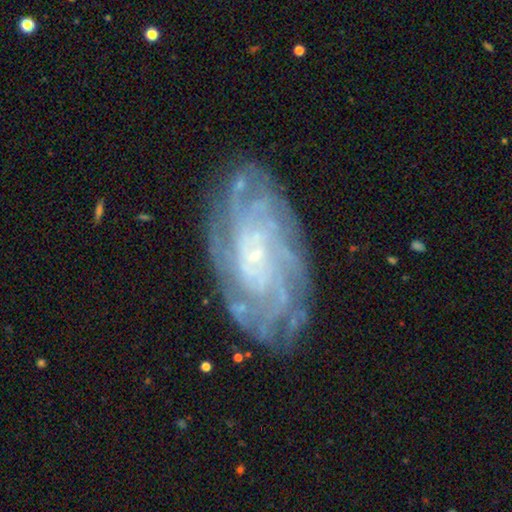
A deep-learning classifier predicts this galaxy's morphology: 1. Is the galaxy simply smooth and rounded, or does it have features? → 86% featured or disk, 8% smooth, 7% star or artifact.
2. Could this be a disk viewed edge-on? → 95% no, 5% yes.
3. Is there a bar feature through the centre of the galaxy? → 71% no, 23% weak, 6% strong.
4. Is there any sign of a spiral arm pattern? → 96% yes, 4% no.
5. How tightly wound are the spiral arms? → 76% tight, 20% medium, 5% loose.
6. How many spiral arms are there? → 29% can't tell, 28% more than 4, 20% 4, 9% 3, 8% 2, 6% 1.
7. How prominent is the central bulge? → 84% small, 9% moderate, 4% none, 1% large, 1% dominant.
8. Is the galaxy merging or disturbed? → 79% none, 15% minor disturbance, 5% major disturbance, 2% merger.